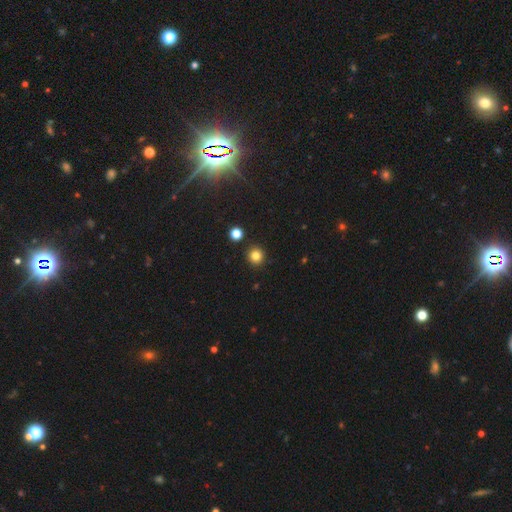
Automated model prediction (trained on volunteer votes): smooth 82%, star or artifact 13%, featured or disk 5%. Down the decision tree: how rounded — round (94%); merging — none (90%).